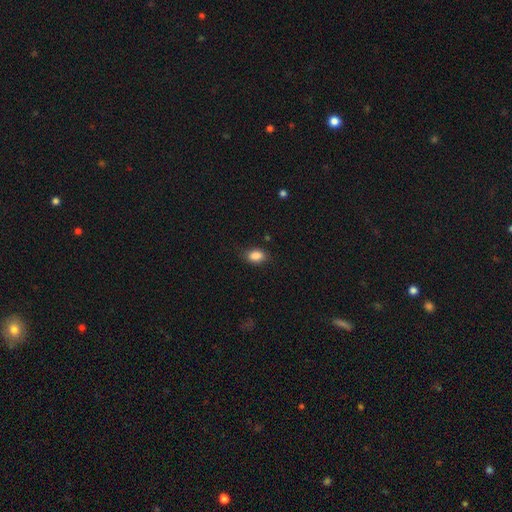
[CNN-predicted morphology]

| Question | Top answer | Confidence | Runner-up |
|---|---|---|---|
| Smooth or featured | smooth | 87% | star or artifact (9%) |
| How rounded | in between | 81% | round (17%) |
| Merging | none | 78% | minor disturbance (17%) |